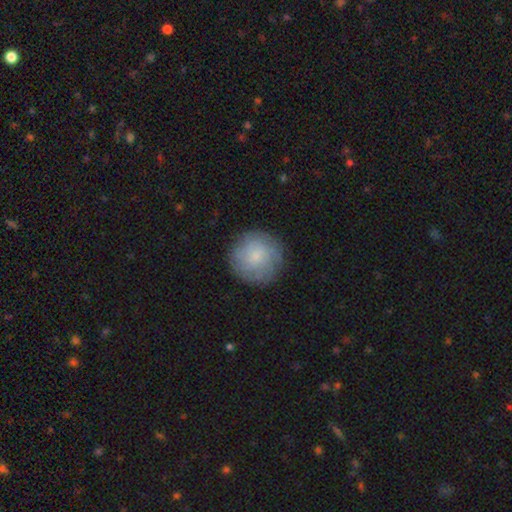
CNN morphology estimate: Overall: smooth (70%). How rounded: round (94%). Merging: none (84%).